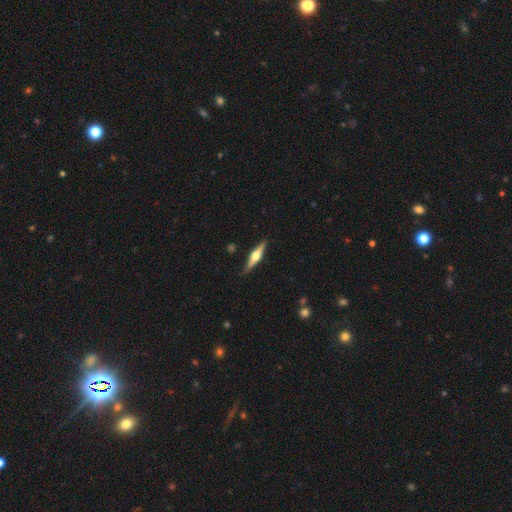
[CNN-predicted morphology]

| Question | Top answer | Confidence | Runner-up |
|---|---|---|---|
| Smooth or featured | featured or disk | 72% | smooth (23%) |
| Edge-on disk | yes | 98% | no (2%) |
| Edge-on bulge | rounded | 94% | boxy (4%) |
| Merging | none | 88% | minor disturbance (9%) |